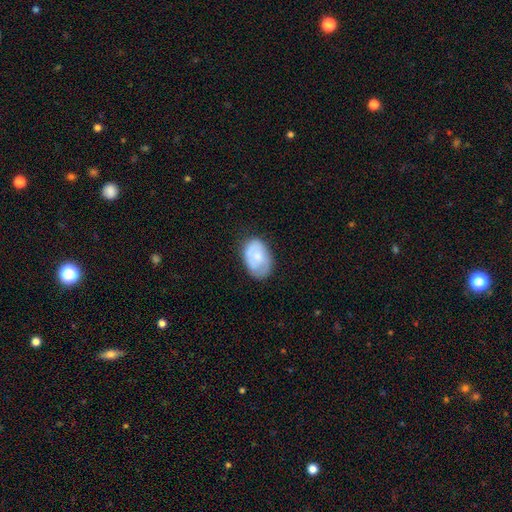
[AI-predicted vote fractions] Smooth or featured?
  - smooth: 59% *
  - featured or disk: 34%
  - star or artifact: 7%
How rounded?
  - in between: 88% *
  - round: 11%
  - cigar-shaped: 1%
Merging?
  - none: 66% *
  - minor disturbance: 24%
  - major disturbance: 8%
  - merger: 2%